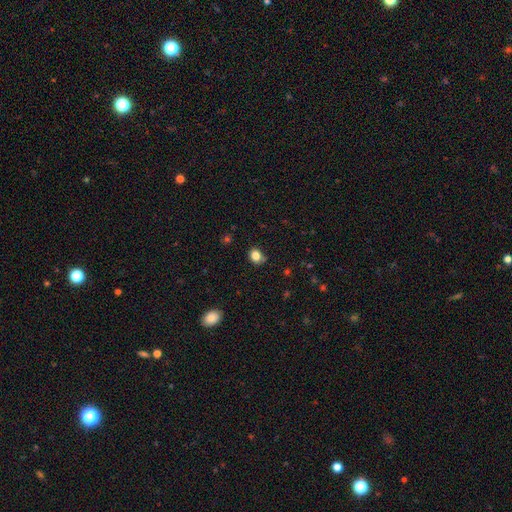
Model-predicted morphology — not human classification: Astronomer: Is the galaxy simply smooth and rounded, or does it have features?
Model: smooth — 83%.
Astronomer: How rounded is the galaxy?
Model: round — 57% (runner-up: in between, 42%).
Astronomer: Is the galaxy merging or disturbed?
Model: none — 75%.